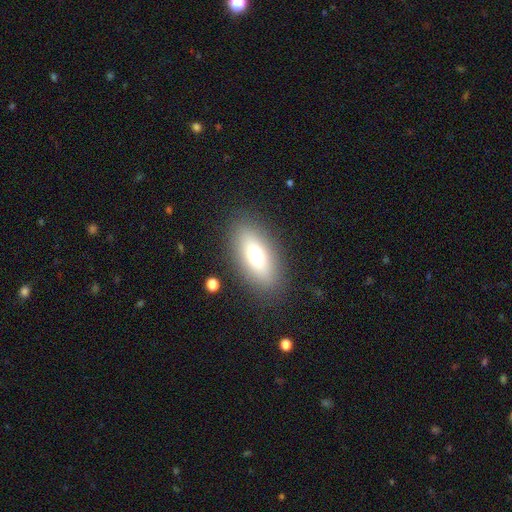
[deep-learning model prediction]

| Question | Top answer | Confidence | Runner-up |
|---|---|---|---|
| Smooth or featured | smooth | 66% | featured or disk (23%) |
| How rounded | in between | 79% | cigar-shaped (14%) |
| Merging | none | 85% | minor disturbance (9%) |